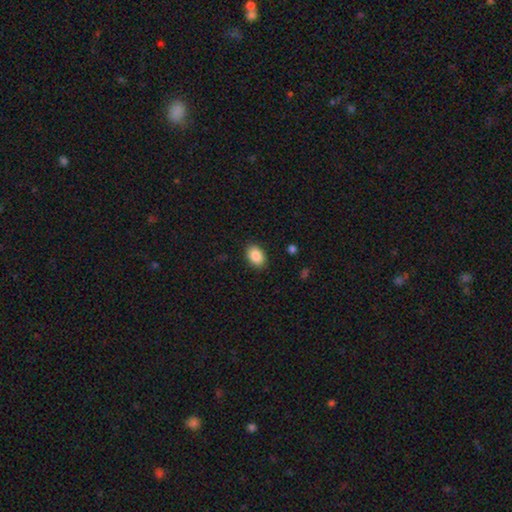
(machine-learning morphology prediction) The model was most divided on "how rounded": in between: 82%, round: 17%, cigar-shaped: 1%. More confident: smooth or featured — smooth (89%); merging — none (88%).